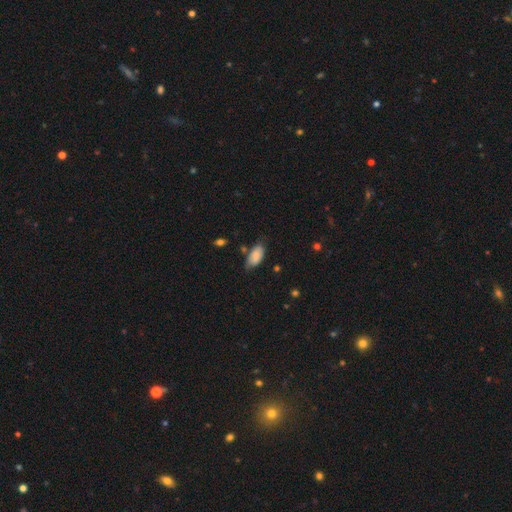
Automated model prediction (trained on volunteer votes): The model was most divided on "merging": none: 60%, minor disturbance: 30%, major disturbance: 6%, merger: 4%. More confident: how rounded — in between (93%); smooth or featured — smooth (81%).